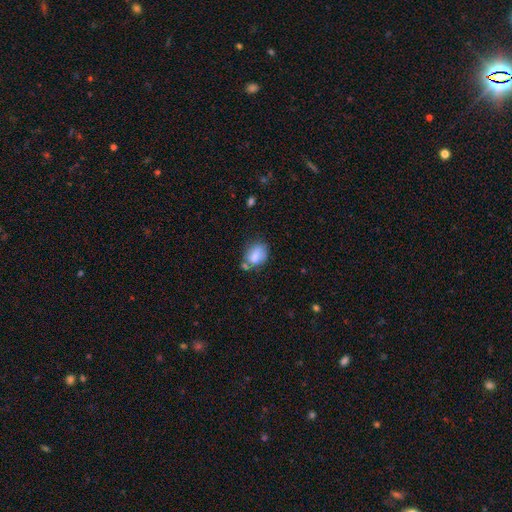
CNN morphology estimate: A smooth galaxy with no disk features (79%) that is in between round and cigar-shaped (61%). Merging: none (51%).